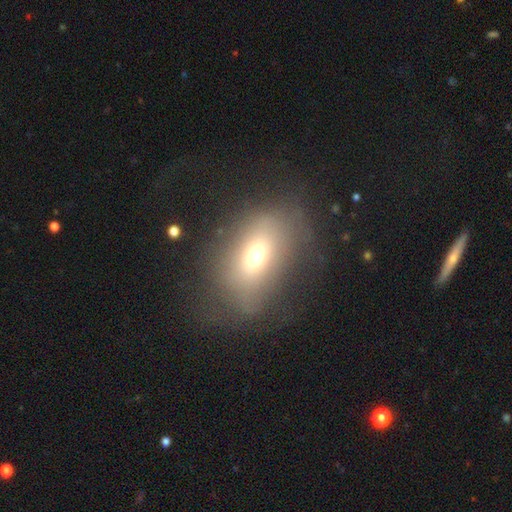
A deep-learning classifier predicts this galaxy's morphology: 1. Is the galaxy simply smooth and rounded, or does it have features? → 60% smooth, 26% featured or disk, 14% star or artifact.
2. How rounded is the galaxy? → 75% in between, 22% round, 3% cigar-shaped.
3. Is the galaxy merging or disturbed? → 54% none, 23% minor disturbance, 20% major disturbance, 2% merger.